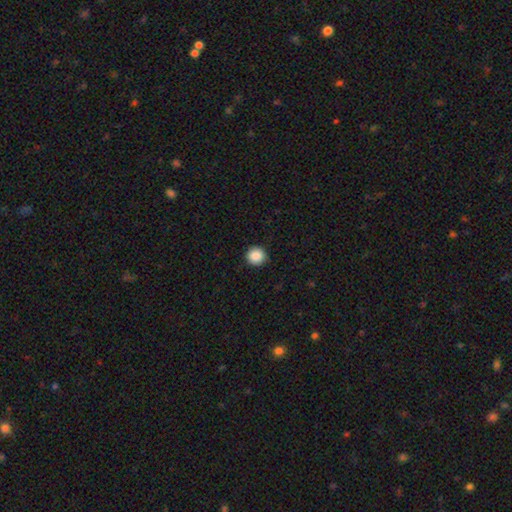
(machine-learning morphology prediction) smooth 88%, star or artifact 9%, featured or disk 3%. Down the decision tree: how rounded — round (94%); merging — none (92%).